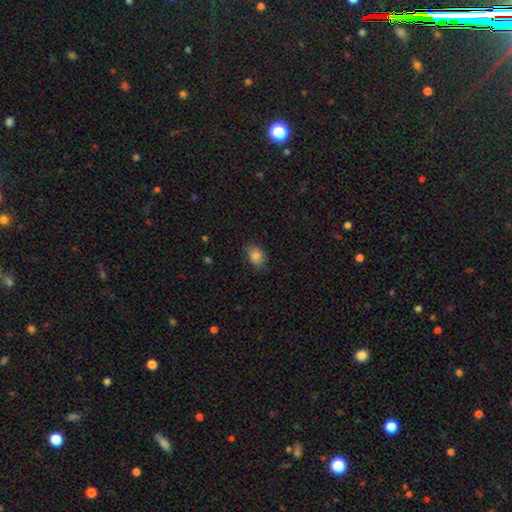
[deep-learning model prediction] The model was most divided on "how rounded": in between: 69%, round: 30%, cigar-shaped: 1%. More confident: smooth or featured — smooth (85%); merging — none (75%).